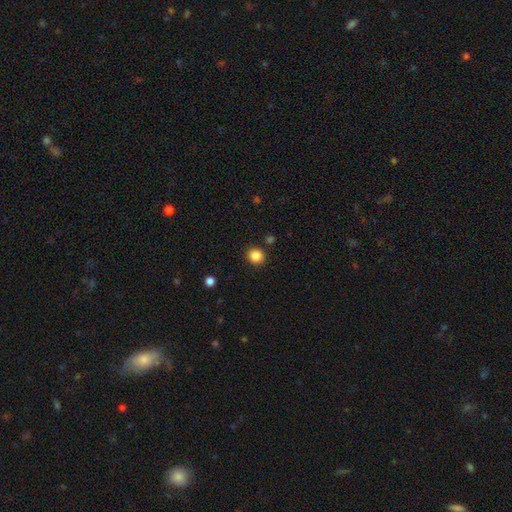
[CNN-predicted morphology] This is clearly a smooth galaxy (86%). How rounded: clearly round (90%). Merging: clearly none (90%).